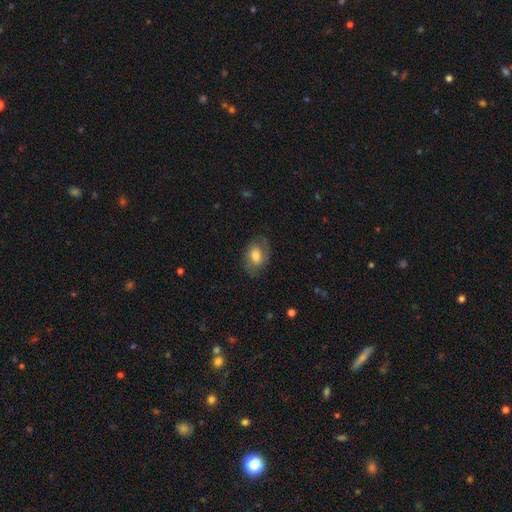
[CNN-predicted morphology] smooth-or-featured: smooth: 55% | featured or disk: 38% | star or artifact: 8%
  how-rounded: in between: 75% | round: 23% | cigar-shaped: 1%
  merging: none: 74% | minor disturbance: 17% | major disturbance: 8% | merger: 1%